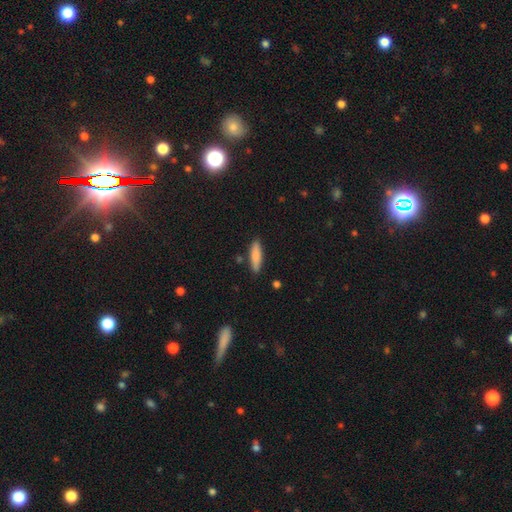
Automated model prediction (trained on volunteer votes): A smooth galaxy with no disk features (83%) that is cigar-shaped (68%). Merging: none (84%).